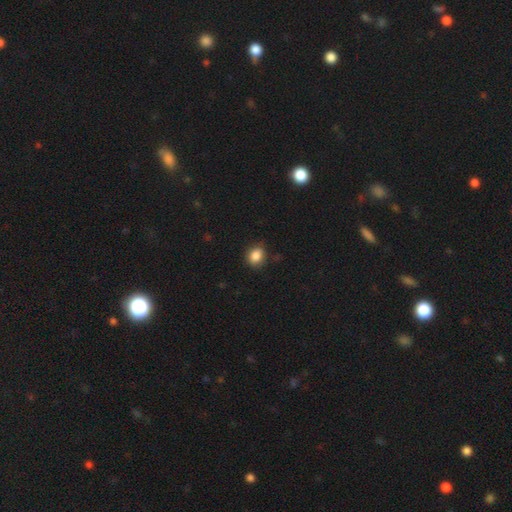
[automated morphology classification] Smooth or featured? smooth (86%)
How rounded? round (56%)
Merging? none (80%)